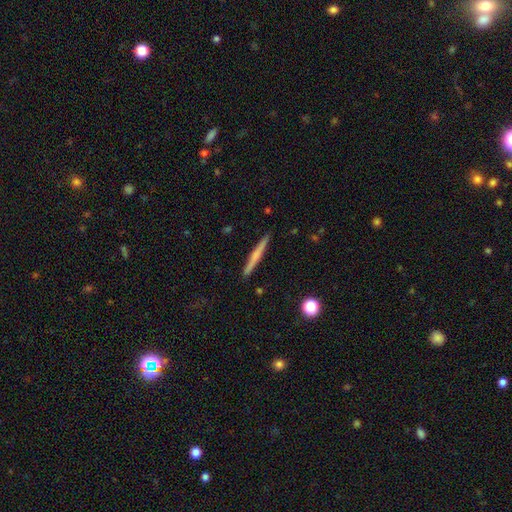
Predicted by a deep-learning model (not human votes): Smooth or featured? featured or disk (47%)
Merging? none (91%)